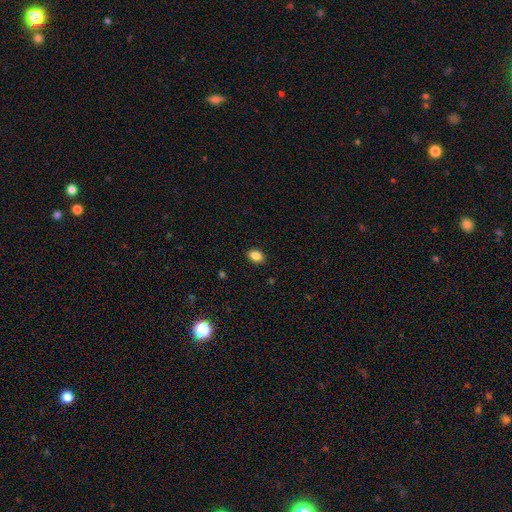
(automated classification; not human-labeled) Morphology: type=smooth (86%); roundness=in between (75%); merging=none (89%).